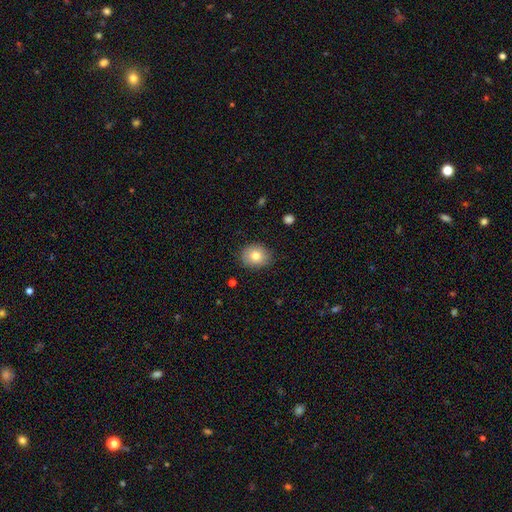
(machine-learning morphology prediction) smooth 78%, featured or disk 13%, star or artifact 9%. Down the decision tree: how rounded — round (55%); merging — none (84%).